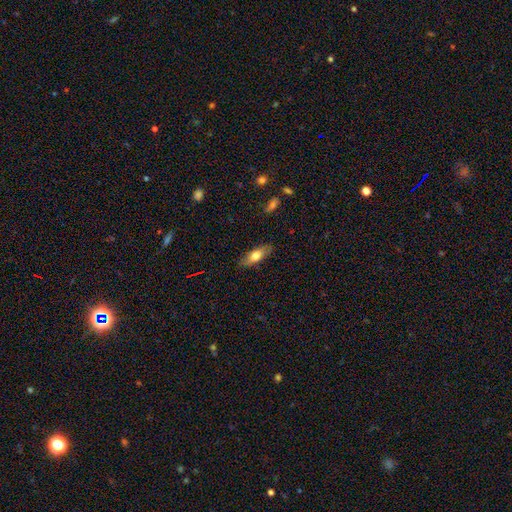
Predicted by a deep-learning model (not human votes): This appears to be a smooth galaxy with no disk features (70%) that is in between round and cigar-shaped (68%). Merging: none (83%).